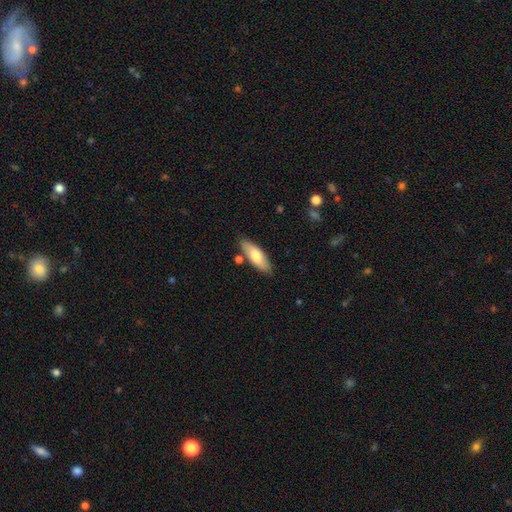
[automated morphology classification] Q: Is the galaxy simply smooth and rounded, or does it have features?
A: smooth — 73%.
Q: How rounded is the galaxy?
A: in between — 66%.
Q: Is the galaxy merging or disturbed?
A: none — 81%.